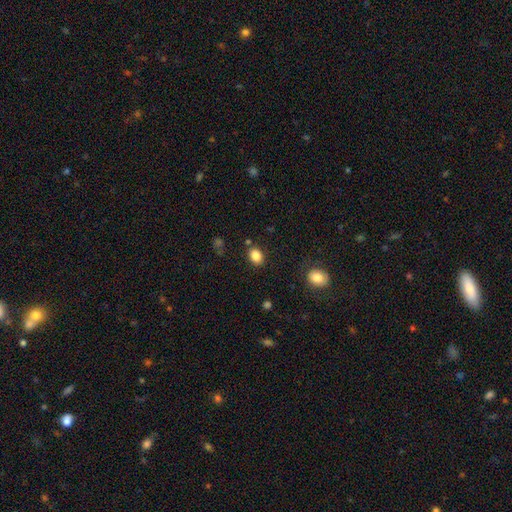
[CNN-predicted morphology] smooth-or-featured: smooth: 85% | star or artifact: 10% | featured or disk: 5%
  how-rounded: in between: 64% | round: 35% | cigar-shaped: 1%
  merging: none: 83% | minor disturbance: 10% | merger: 3% | major disturbance: 3%